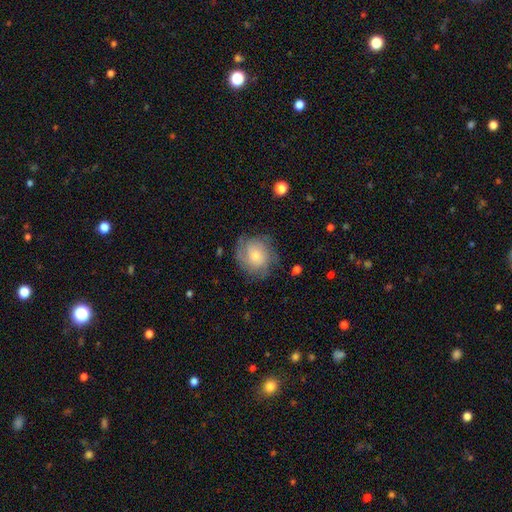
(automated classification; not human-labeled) smooth 47%, featured or disk 45%, star or artifact 8%. Down the decision tree: merging — none (69%).